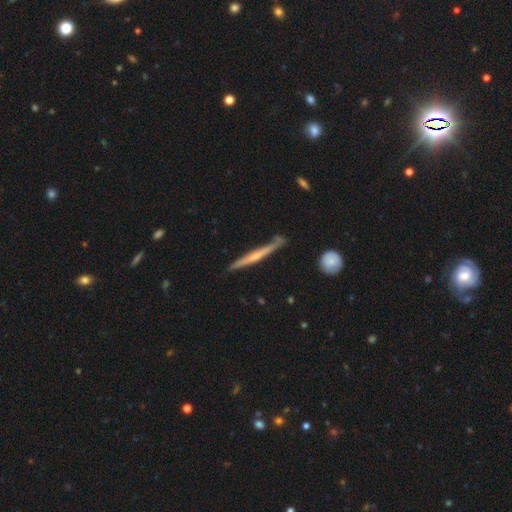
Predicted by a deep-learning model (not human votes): Smooth or featured?
  - featured or disk: 64% *
  - smooth: 30%
  - star or artifact: 5%
Edge-on disk?
  - yes: 96% *
  - no: 4%
Edge-on bulge?
  - none: 47% *
  - rounded: 42%
  - boxy: 11%
Merging?
  - none: 77% *
  - minor disturbance: 17%
  - major disturbance: 3%
  - merger: 3%